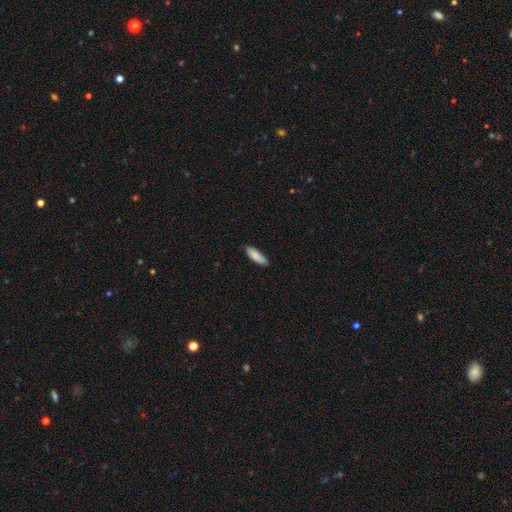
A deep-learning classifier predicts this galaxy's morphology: A smooth galaxy with no disk features (87%) that is in between round and cigar-shaped (51%).

Vote fractions:
- Smooth or featured? smooth: 87% / featured or disk: 8% / star or artifact: 6%
- How rounded? in between: 51% / cigar-shaped: 47% / round: 1%
- Merging? none: 80% / minor disturbance: 16% / major disturbance: 2% / merger: 1%